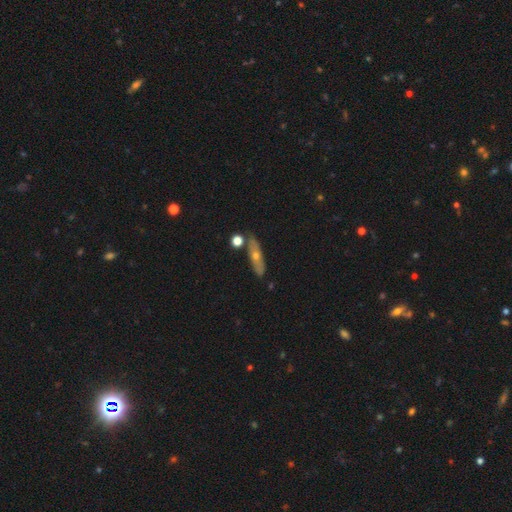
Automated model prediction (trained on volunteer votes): featured or disk 49%, smooth 42%, star or artifact 9%. Down the decision tree: merging — none (78%).